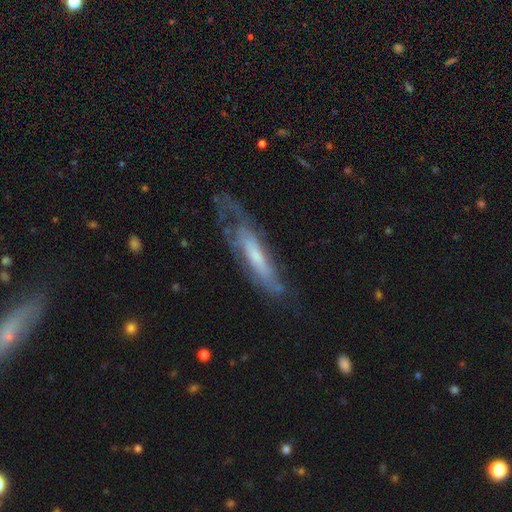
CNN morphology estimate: smooth_or_featured: featured or disk (p=0.66) [alt: smooth p=0.28]
disk_edge_on: no (p=0.61) [alt: yes p=0.39]
merging: none (p=0.49) [alt: minor disturbance p=0.25]